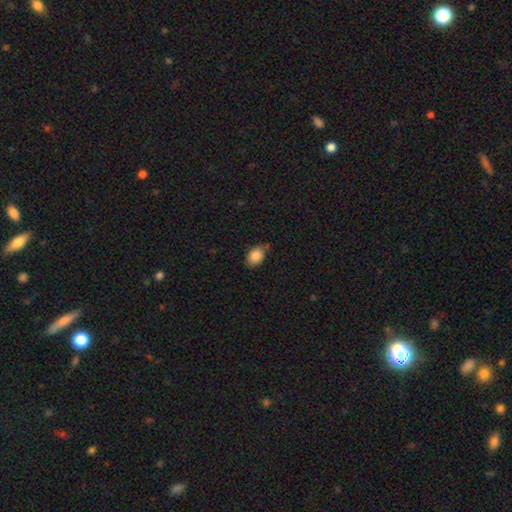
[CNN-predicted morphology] Smooth or featured? smooth (85%)
How rounded? in between (83%)
Merging? none (70%)